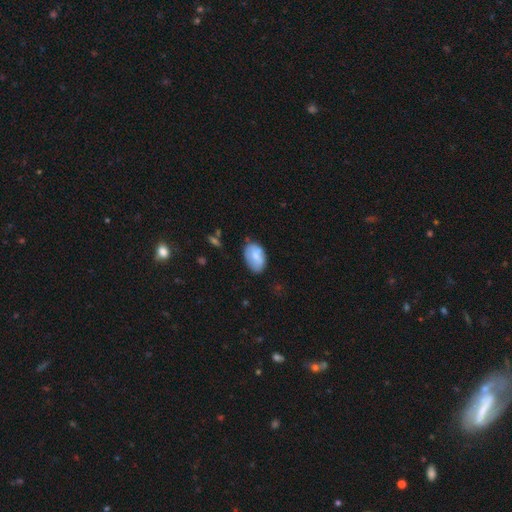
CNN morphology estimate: smooth 70%, featured or disk 23%, star or artifact 7%. Down the decision tree: how rounded — in between (91%); merging — none (65%).